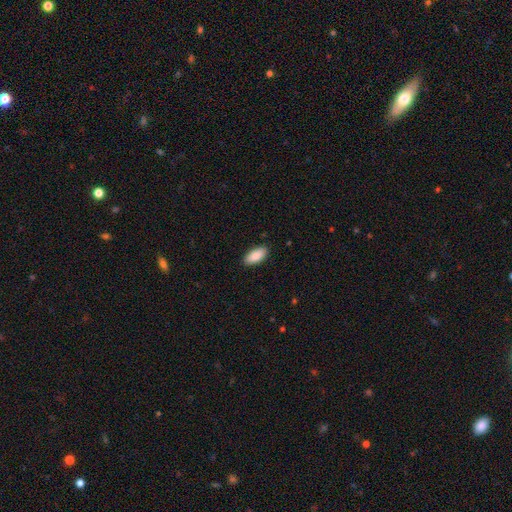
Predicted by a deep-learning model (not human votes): Smooth or featured? Predicted: smooth (p=0.90). How rounded? Predicted: in between (p=0.90). Merging? Predicted: none (p=0.89).